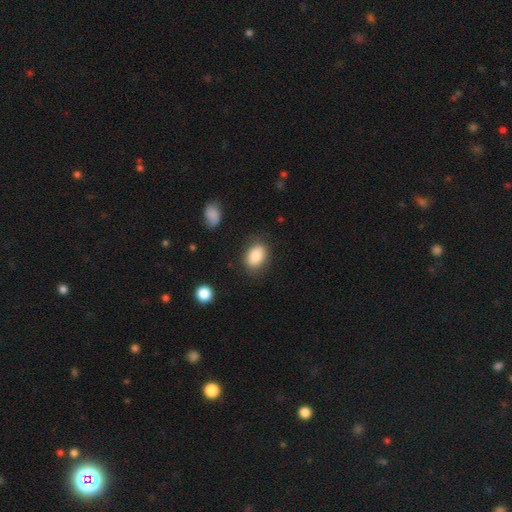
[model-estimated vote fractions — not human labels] Smooth or featured? smooth (83%)
How rounded? in between (75%)
Merging? none (81%)